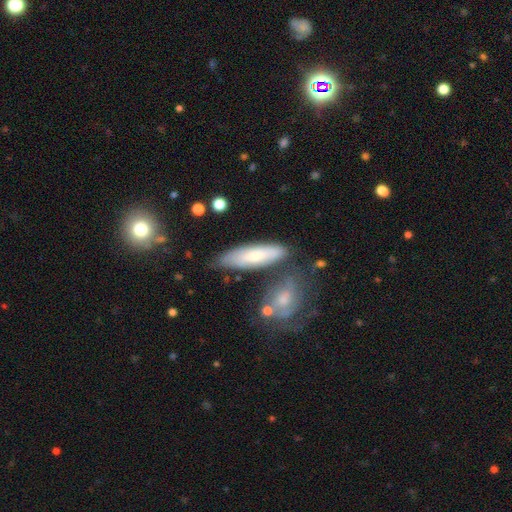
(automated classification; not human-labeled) smooth_or_featured: smooth (p=0.61) [alt: featured or disk p=0.32]
how_rounded: cigar-shaped (p=0.56) [alt: in between p=0.42]
merging: none (p=0.67) [alt: minor disturbance p=0.18]